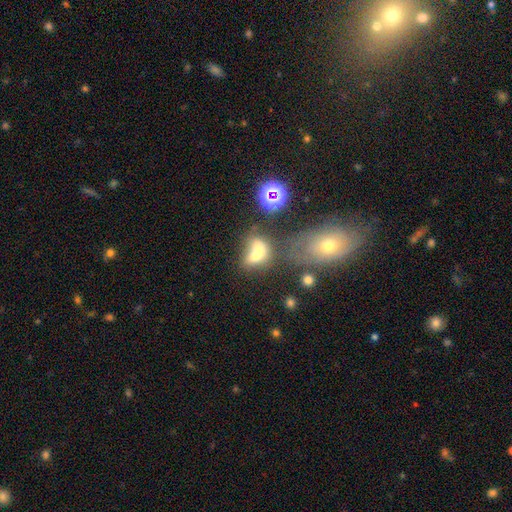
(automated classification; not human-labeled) Overall: smooth (58%; featured or disk 22%). How rounded: in between (65%; round 32%). Merging: merger (59%; none 20%).